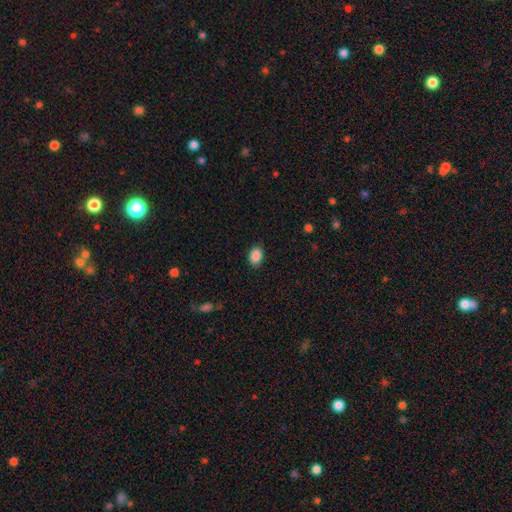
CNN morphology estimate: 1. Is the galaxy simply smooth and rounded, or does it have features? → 89% smooth, 8% star or artifact, 3% featured or disk.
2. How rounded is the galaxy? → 78% in between, 21% round, 1% cigar-shaped.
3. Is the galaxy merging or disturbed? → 87% none, 10% minor disturbance, 2% major disturbance, 1% merger.